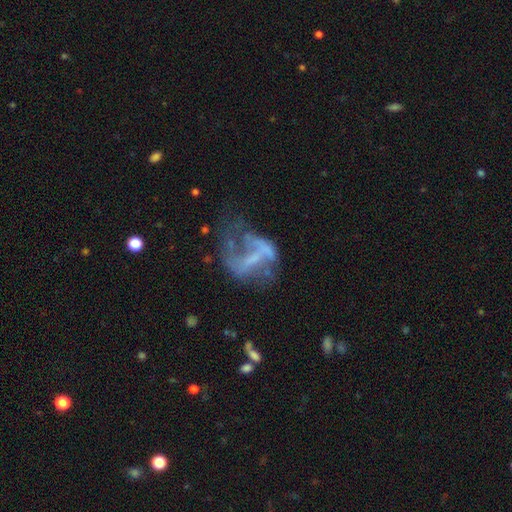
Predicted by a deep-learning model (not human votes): Q: Smooth or featured?
A: featured or disk (69%); runner-up: smooth (17%)
Q: Edge-on disk?
A: no (96%); runner-up: yes (4%)
Q: Bar?
A: no (37%); runner-up: weak (33%)
Q: Spiral arms?
A: no (53%); runner-up: yes (47%)
Q: Bulge size?
A: none (61%); runner-up: small (24%)
Q: Merging?
A: major disturbance (43%); runner-up: none (30%)